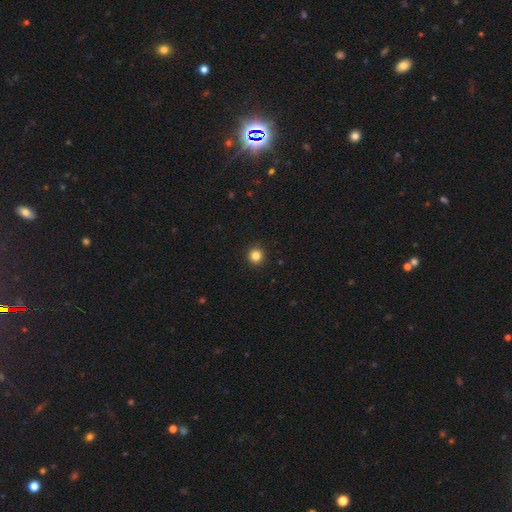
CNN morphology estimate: Smooth or featured: smooth — 84% (star or artifact — 12%)
How rounded: round — 94% (in between — 5%)
Merging: none — 93% (minor disturbance — 4%)